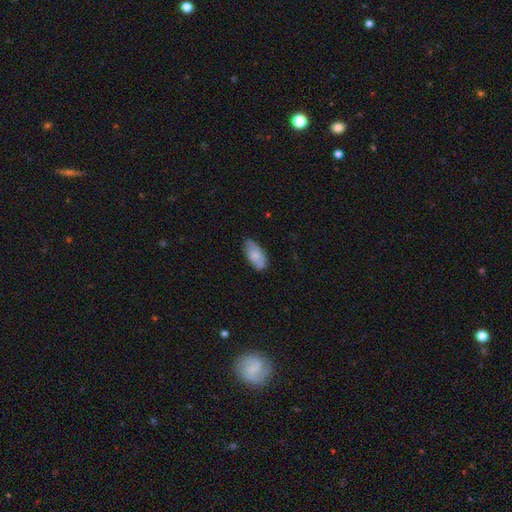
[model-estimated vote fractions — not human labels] Smooth or featured?
  - smooth: 69% *
  - featured or disk: 25%
  - star or artifact: 6%
How rounded?
  - in between: 92% *
  - cigar-shaped: 5%
  - round: 3%
Merging?
  - none: 63% *
  - minor disturbance: 29%
  - major disturbance: 6%
  - merger: 3%